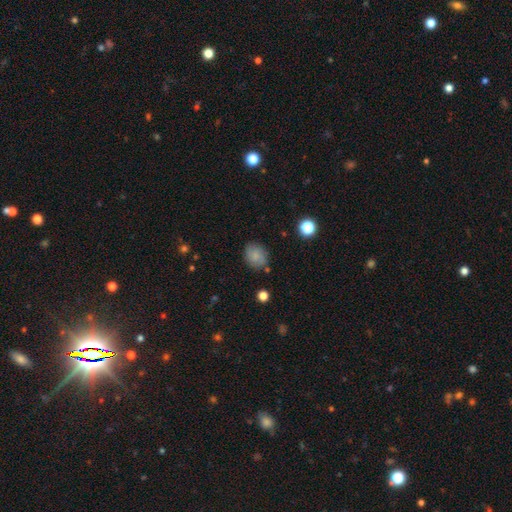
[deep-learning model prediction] This is clearly a smooth galaxy (80%). How rounded: possibly round (55%). Merging: likely none (77%).